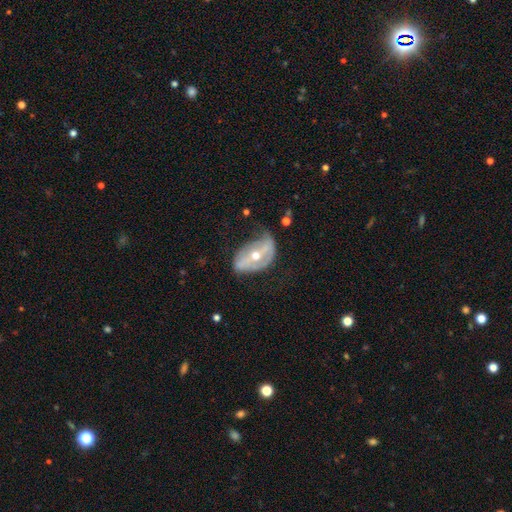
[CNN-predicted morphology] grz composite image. It shows a featured or disk galaxy (71%) with a strong bar (42%), spiral arms (58%) and a moderate central bulge (59%). Merging: none (38%).